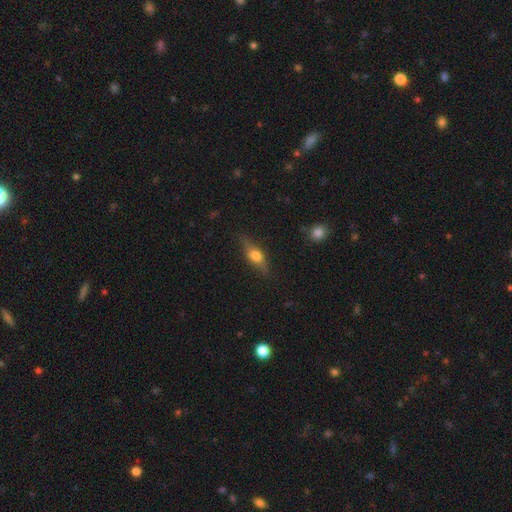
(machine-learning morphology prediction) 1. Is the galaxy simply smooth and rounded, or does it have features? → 48% smooth, 44% featured or disk, 8% star or artifact.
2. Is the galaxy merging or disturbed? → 79% none, 16% minor disturbance, 4% major disturbance, 1% merger.